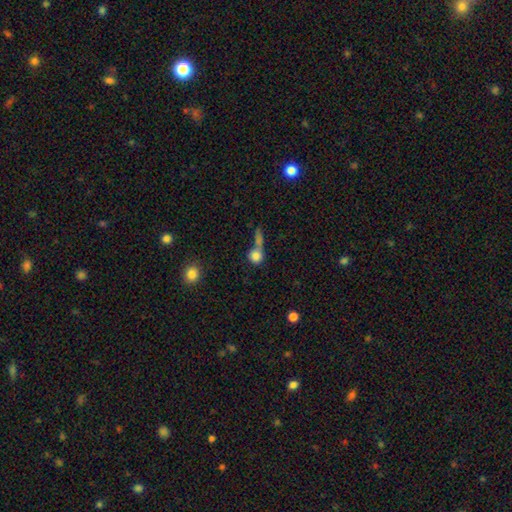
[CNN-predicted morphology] This is likely a smooth galaxy (79%). How rounded: clearly round (80%). Merging: possibly merger (49%).